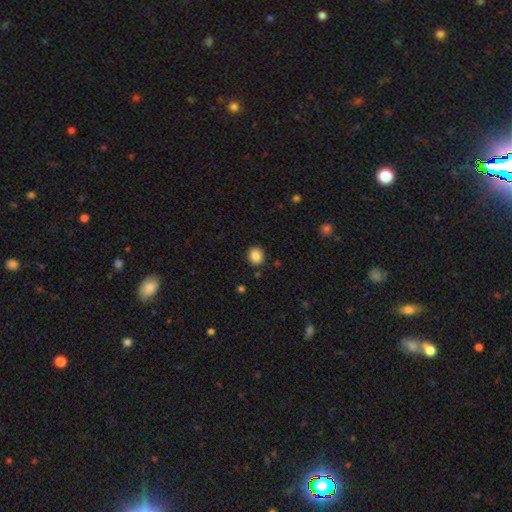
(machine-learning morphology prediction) Smooth or featured? Predicted: smooth (p=0.87). How rounded? Predicted: round (p=0.77). Merging? Predicted: none (p=0.90).